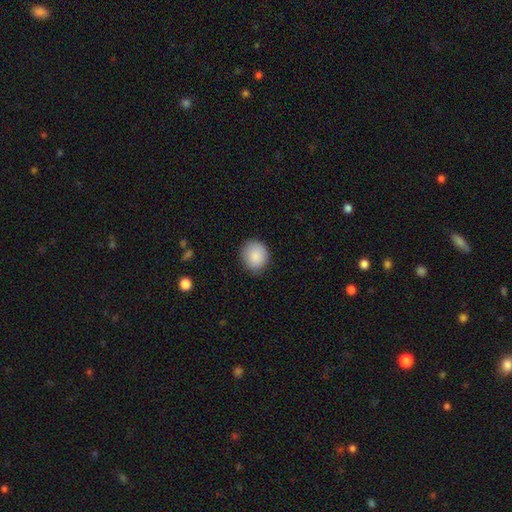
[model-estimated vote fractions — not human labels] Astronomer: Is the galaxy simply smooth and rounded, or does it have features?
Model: smooth — 88%.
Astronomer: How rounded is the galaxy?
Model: round — 78%.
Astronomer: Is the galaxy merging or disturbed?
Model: none — 82%.